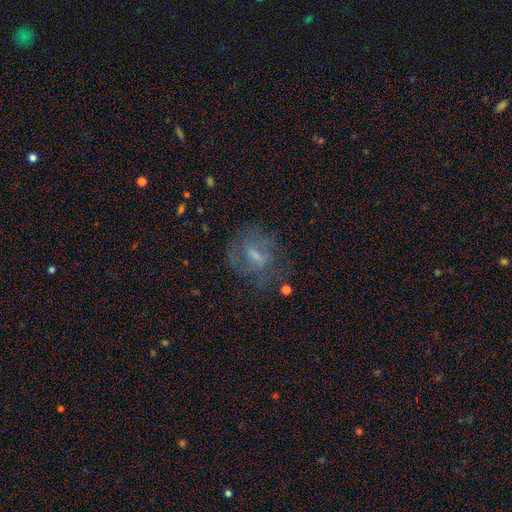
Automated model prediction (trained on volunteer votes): The model was most divided on "bulge size": small: 40%, moderate: 32%, none: 23%, large: 4%, dominant: 1%. More confident: edge-on disk — no (94%); spiral arms — yes (60%); merging — none (57%); smooth or featured — featured or disk (57%); bar — weak (51%).